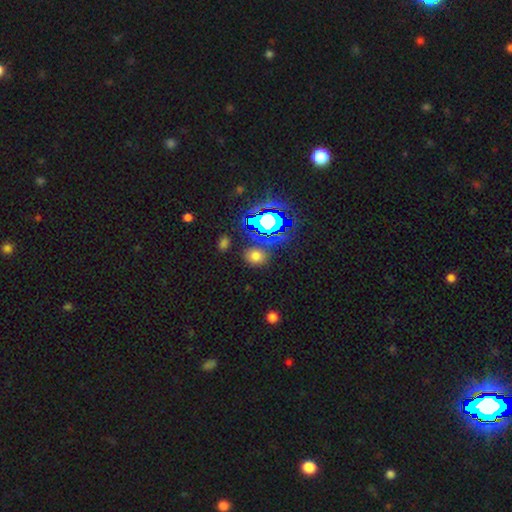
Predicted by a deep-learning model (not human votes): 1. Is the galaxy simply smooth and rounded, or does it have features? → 61% smooth, 32% star or artifact, 7% featured or disk.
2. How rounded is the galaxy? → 62% round, 36% in between, 2% cigar-shaped.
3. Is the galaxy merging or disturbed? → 81% none, 11% minor disturbance, 5% merger, 4% major disturbance.